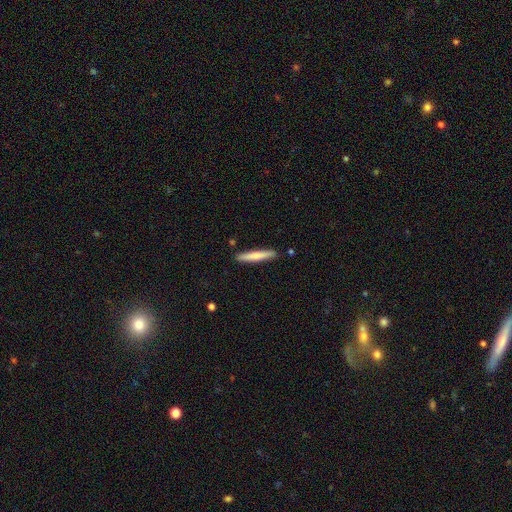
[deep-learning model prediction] smooth-or-featured: smooth: 69% | featured or disk: 26% | star or artifact: 5%
  how-rounded: cigar-shaped: 94% | in between: 5% | round: 1%
  merging: none: 87% | minor disturbance: 9% | merger: 2% | major disturbance: 2%